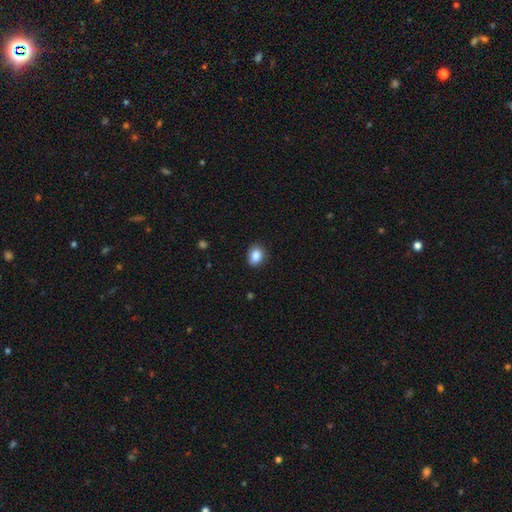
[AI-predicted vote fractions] smooth 87%, star or artifact 8%, featured or disk 5%. Down the decision tree: how rounded — in between (59%); merging — none (84%).